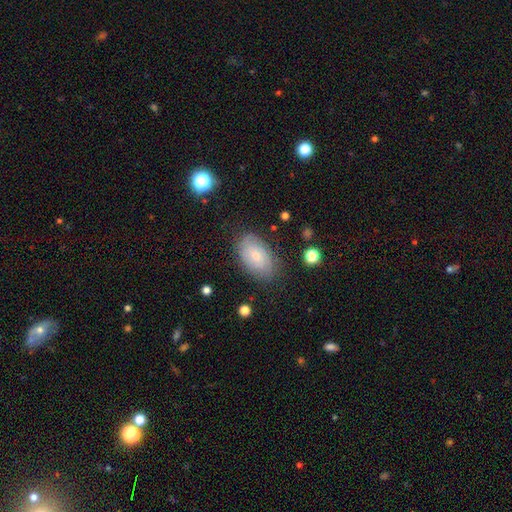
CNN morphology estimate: A featured or disk galaxy (52%).

Vote fractions:
- Smooth or featured? featured or disk: 52% / smooth: 40% / star or artifact: 9%
- Edge-on disk? no: 94% / yes: 6%
- Merging? none: 77% / minor disturbance: 16% / major disturbance: 5% / merger: 1%